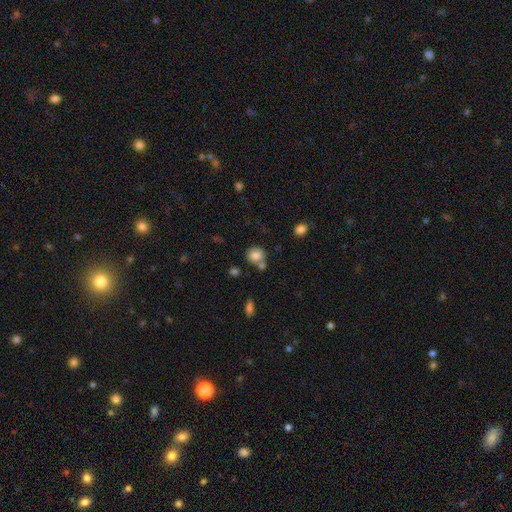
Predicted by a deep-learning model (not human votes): Smooth or featured? smooth (81%)
How rounded? round (74%)
Merging? none (63%)